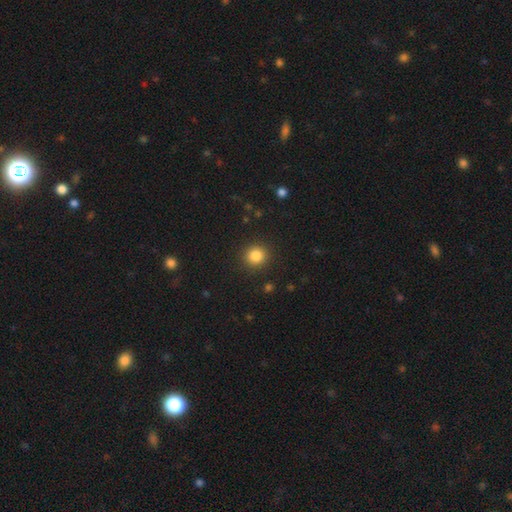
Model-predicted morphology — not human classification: smooth 85%, star or artifact 11%, featured or disk 4%. Down the decision tree: how rounded — round (91%); merging — none (90%).